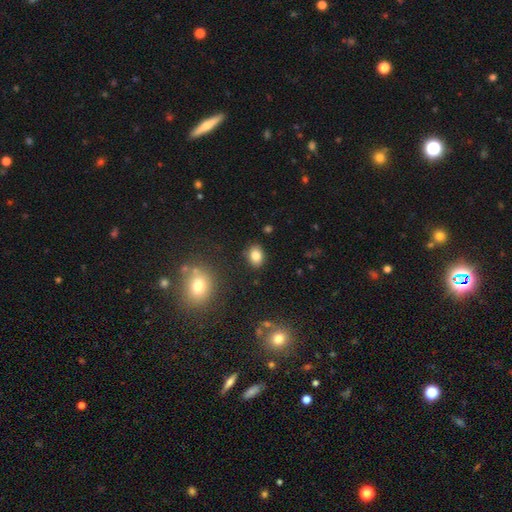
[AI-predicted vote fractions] smooth-or-featured: smooth: 83% | star or artifact: 10% | featured or disk: 7%
  how-rounded: in between: 63% | round: 35% | cigar-shaped: 1%
  merging: none: 87% | minor disturbance: 9% | major disturbance: 2% | merger: 2%